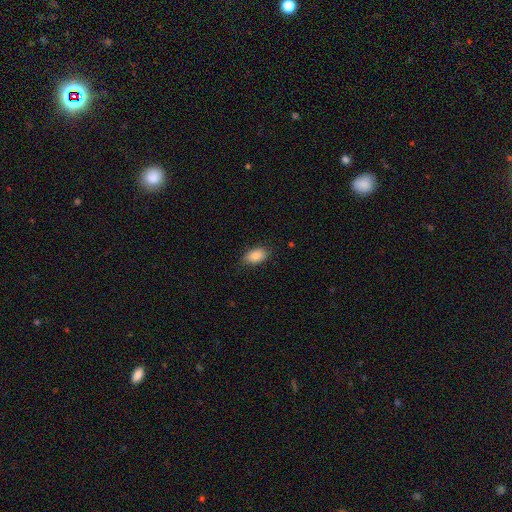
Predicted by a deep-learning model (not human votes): Smooth or featured: smooth — 88% (star or artifact — 7%)
How rounded: in between — 91% (round — 7%)
Merging: none — 81% (minor disturbance — 15%)